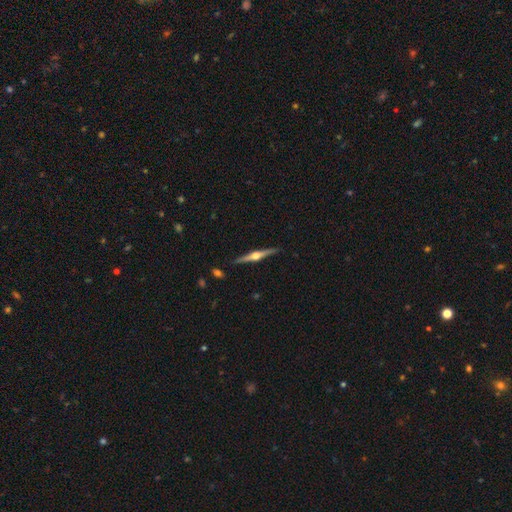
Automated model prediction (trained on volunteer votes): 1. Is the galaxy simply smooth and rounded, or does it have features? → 80% featured or disk, 15% smooth, 5% star or artifact.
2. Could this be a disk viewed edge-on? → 98% yes, 2% no.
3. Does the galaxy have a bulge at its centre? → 94% rounded, 3% boxy, 2% none.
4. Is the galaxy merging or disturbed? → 90% none, 7% minor disturbance, 1% merger, 1% major disturbance.